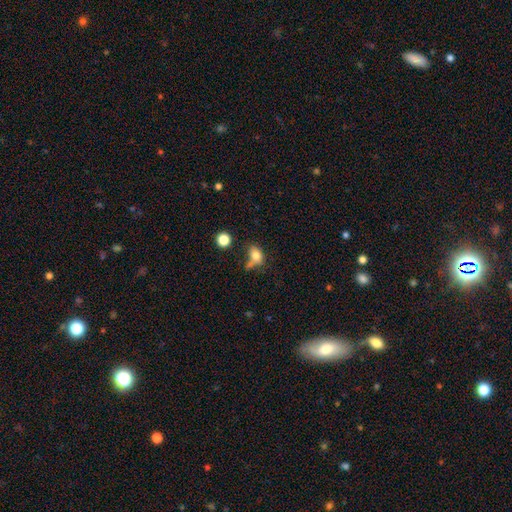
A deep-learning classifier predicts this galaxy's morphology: The model was most divided on "merging": none: 43%, minor disturbance: 24%, merger: 20%, major disturbance: 14%. More confident: smooth or featured — smooth (77%); how rounded — in between (73%).